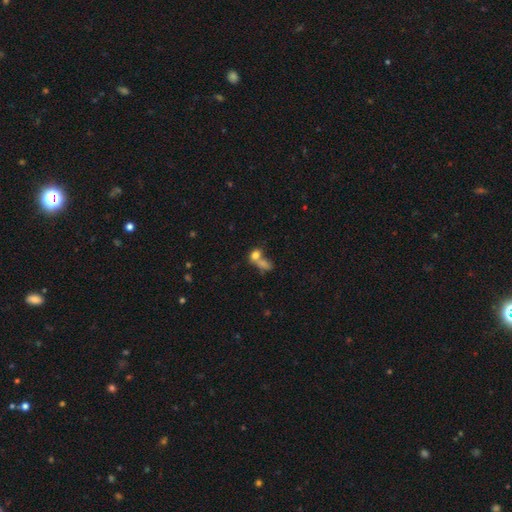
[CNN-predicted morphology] The model was most divided on "how rounded": in between: 56%, round: 40%, cigar-shaped: 4%. More confident: smooth or featured — smooth (74%); merging — merger (59%).